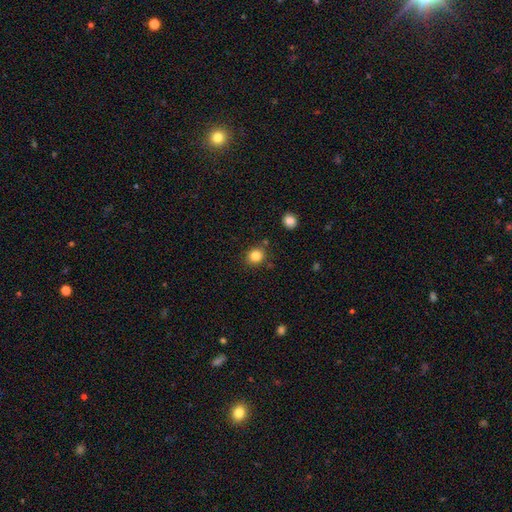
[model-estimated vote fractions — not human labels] smooth-or-featured: smooth: 84% | star or artifact: 11% | featured or disk: 5%
  how-rounded: round: 80% | in between: 19% | cigar-shaped: 1%
  merging: none: 84% | minor disturbance: 9% | merger: 4% | major disturbance: 3%